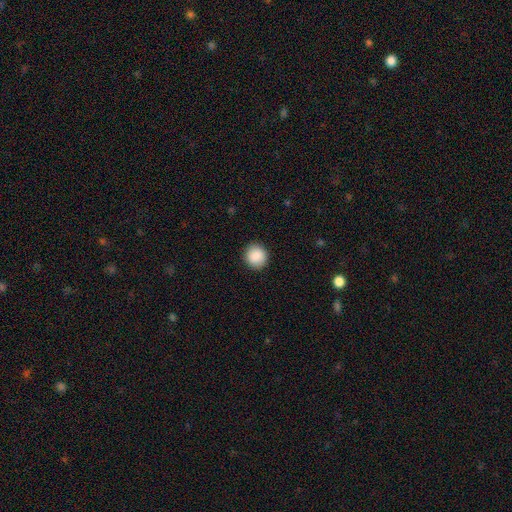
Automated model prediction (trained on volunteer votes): Q: Smooth or featured?
A: smooth (89%); runner-up: star or artifact (7%)
Q: How rounded?
A: round (89%); runner-up: in between (10%)
Q: Merging?
A: none (91%); runner-up: minor disturbance (7%)